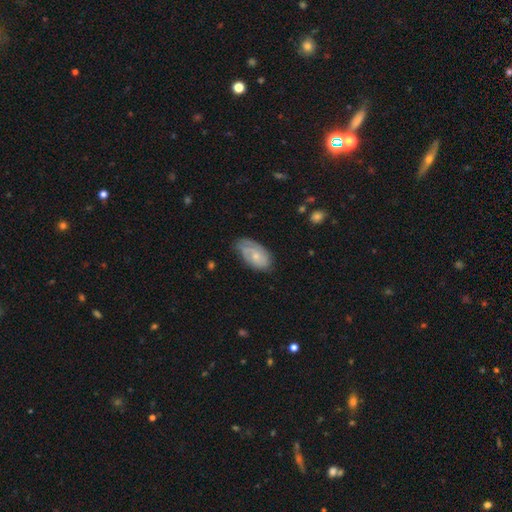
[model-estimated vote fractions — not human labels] Q: Smooth or featured?
A: featured or disk (57%); runner-up: smooth (37%)
Q: Edge-on disk?
A: no (95%); runner-up: yes (5%)
Q: Bar?
A: no (72%); runner-up: weak (25%)
Q: Spiral arms?
A: yes (84%); runner-up: no (16%)
Q: Bulge size?
A: small (60%); runner-up: moderate (32%)
Q: Merging?
A: none (63%); runner-up: minor disturbance (27%)